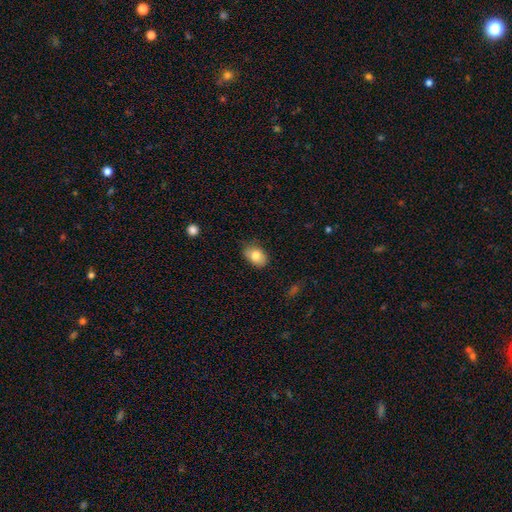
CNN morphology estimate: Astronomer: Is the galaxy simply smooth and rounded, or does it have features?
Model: smooth — 81%.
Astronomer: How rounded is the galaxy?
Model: in between — 81%.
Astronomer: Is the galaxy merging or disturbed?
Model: none — 75%.